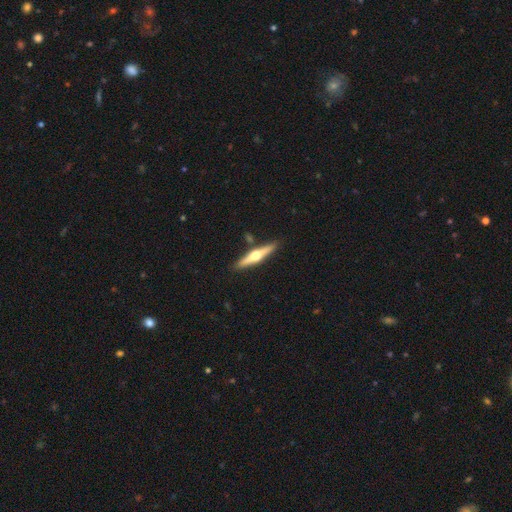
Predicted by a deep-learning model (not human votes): A featured or disk galaxy (69%) viewed edge-on (97%) with a rounded central bulge (95%). Merging: none (87%).